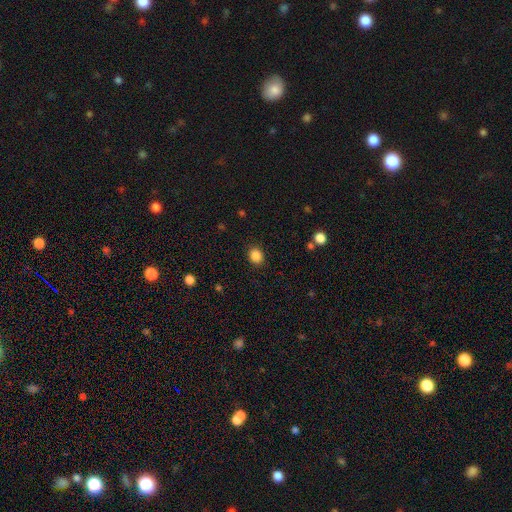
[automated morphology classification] Smooth or featured? Predicted: smooth (p=0.86). How rounded? Predicted: round (p=0.65). Merging? Predicted: none (p=0.89).